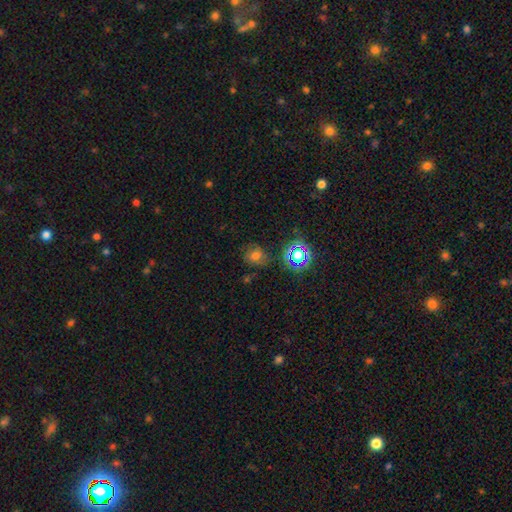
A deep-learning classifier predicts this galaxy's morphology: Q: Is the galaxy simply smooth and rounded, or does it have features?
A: smooth — 59%.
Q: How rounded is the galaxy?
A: round — 68%.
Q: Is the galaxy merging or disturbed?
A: none — 71%.